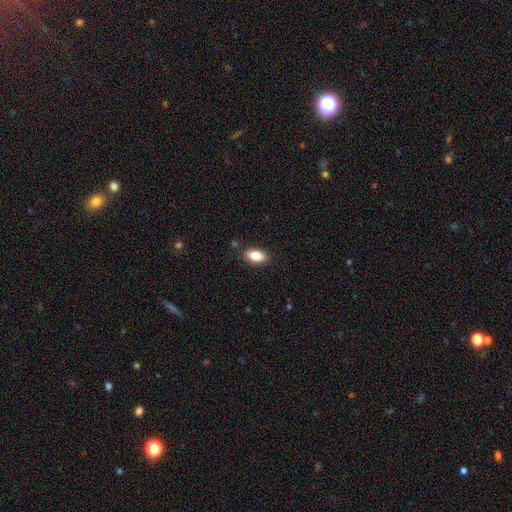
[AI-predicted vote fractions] Q: Smooth or featured?
A: smooth (86%); runner-up: star or artifact (8%)
Q: How rounded?
A: in between (91%); runner-up: round (7%)
Q: Merging?
A: none (87%); runner-up: minor disturbance (9%)